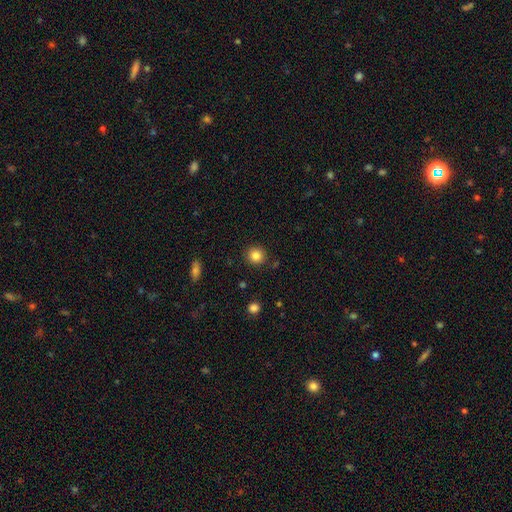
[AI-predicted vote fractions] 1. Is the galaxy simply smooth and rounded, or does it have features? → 84% smooth, 11% star or artifact, 6% featured or disk.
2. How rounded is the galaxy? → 92% round, 7% in between, 1% cigar-shaped.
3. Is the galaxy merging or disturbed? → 90% none, 6% minor disturbance, 2% major disturbance, 2% merger.